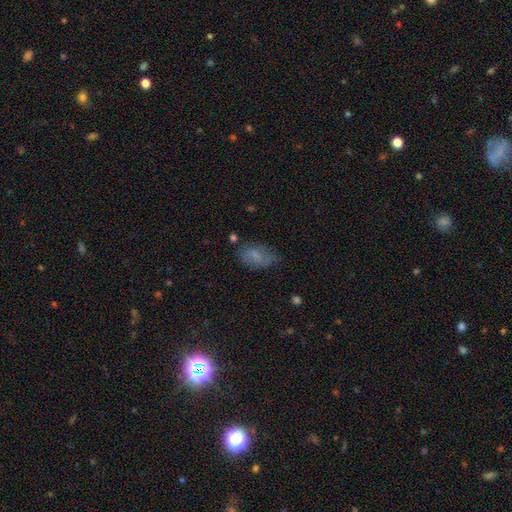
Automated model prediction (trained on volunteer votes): A smooth galaxy with no disk features (70%) that is in between round and cigar-shaped (90%). Merging: none (59%).